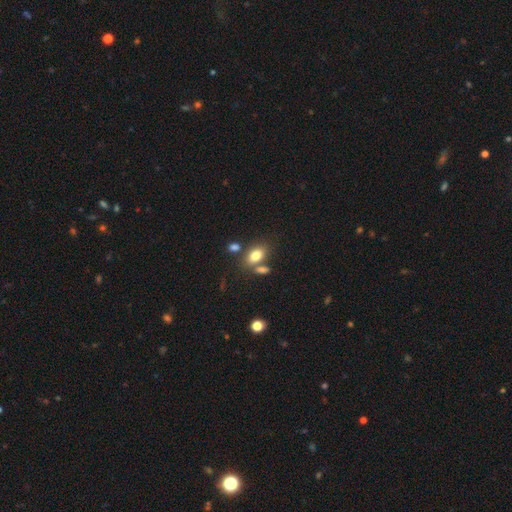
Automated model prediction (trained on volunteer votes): This appears to be a smooth galaxy with no disk features (79%) that is in between round and cigar-shaped (83%). Merging: none (60%).